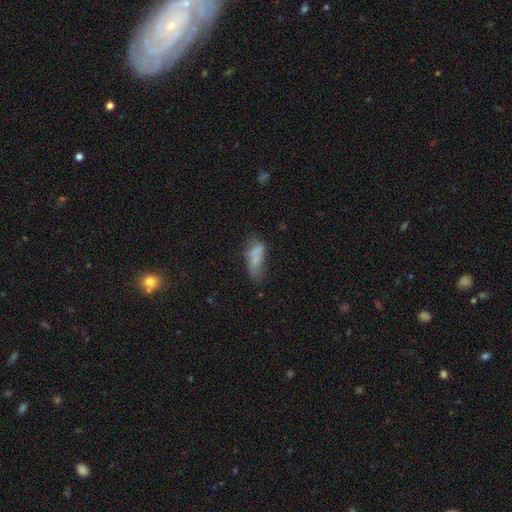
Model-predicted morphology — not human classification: Q: Smooth or featured?
A: smooth (66%); runner-up: featured or disk (23%)
Q: How rounded?
A: in between (71%); runner-up: cigar-shaped (27%)
Q: Merging?
A: none (35%); runner-up: minor disturbance (30%)